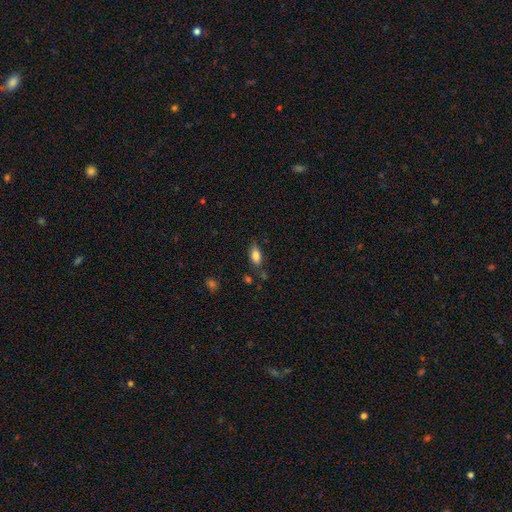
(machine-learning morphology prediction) smooth_or_featured: smooth (p=0.82) [alt: featured or disk p=0.09]
how_rounded: in between (p=0.87) [alt: cigar-shaped p=0.09]
merging: none (p=0.73) [alt: minor disturbance p=0.18]